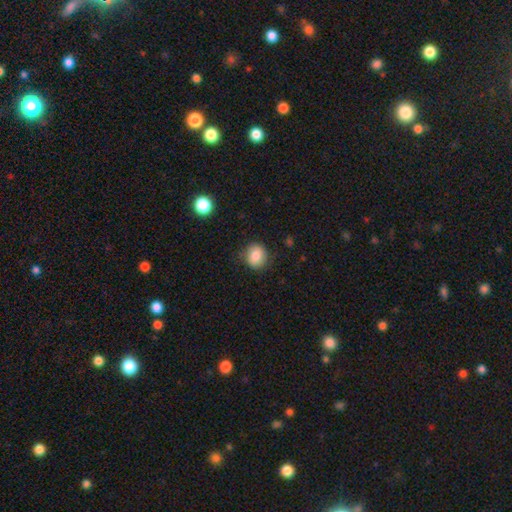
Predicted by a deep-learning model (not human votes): This is clearly a smooth galaxy (81%). How rounded: likely round (76%). Merging: clearly none (81%).